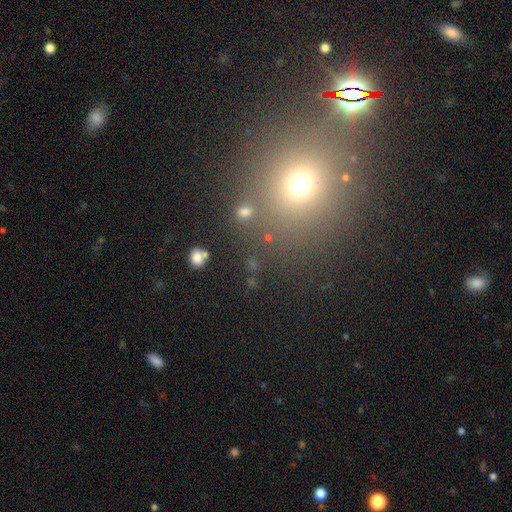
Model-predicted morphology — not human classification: type=smooth (50%); merging=none (83%).